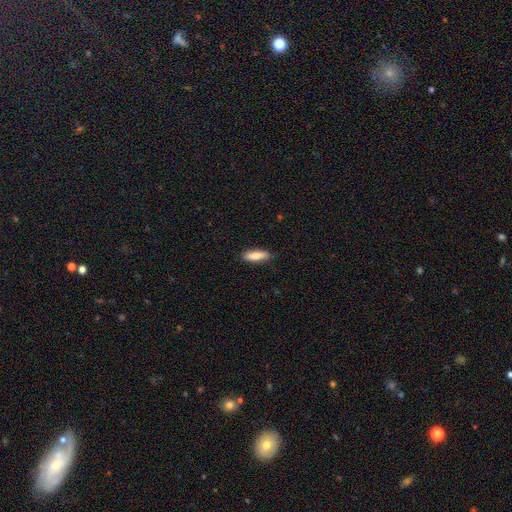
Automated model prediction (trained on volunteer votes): Morphology: type=smooth (83%); roundness=cigar-shaped (52%); merging=none (84%).